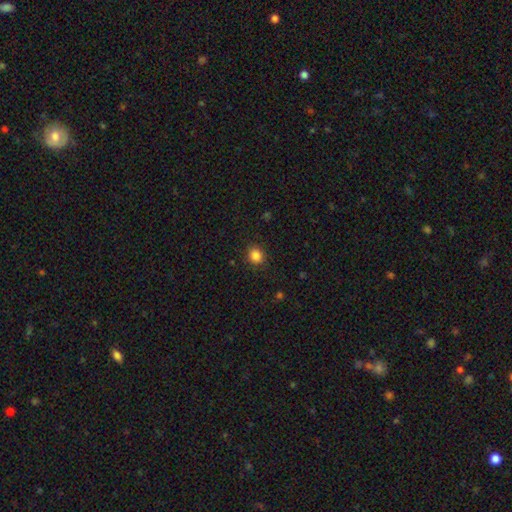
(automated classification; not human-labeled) Smooth or featured?
  - smooth: 85% *
  - star or artifact: 11%
  - featured or disk: 4%
How rounded?
  - round: 83% *
  - in between: 16%
  - cigar-shaped: 1%
Merging?
  - none: 90% *
  - minor disturbance: 7%
  - major disturbance: 2%
  - merger: 1%